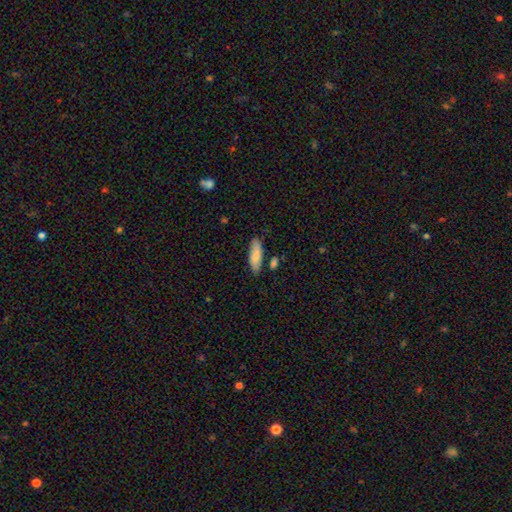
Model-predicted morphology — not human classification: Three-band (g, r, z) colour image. It shows a smooth galaxy with no disk features (82%) that is in between round and cigar-shaped (56%). Merging: none (80%).